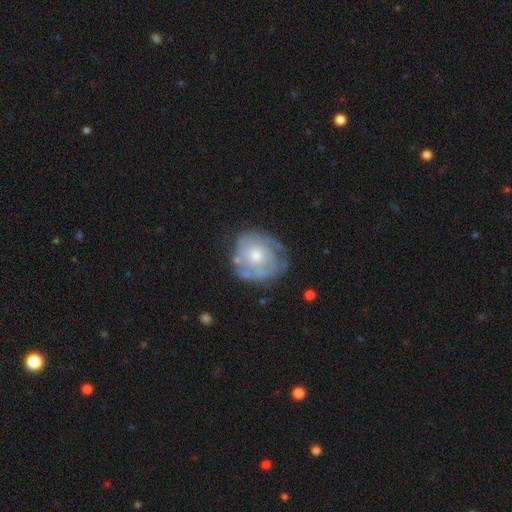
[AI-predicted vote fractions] smooth-or-featured: featured or disk: 76% | smooth: 18% | star or artifact: 6%
  disk-edge-on: no: 98% | yes: 2%
    bar: no: 80% | weak: 17% | strong: 3%
    has-spiral-arms: yes: 84% | no: 16%
      spiral-winding: tight: 65% | medium: 26% | loose: 8%
      spiral-arm-count: can't tell: 40% | 2: 26% | 3: 18% | 4: 6% | 1: 6% | more than 4: 4%
    bulge-size: moderate: 50% | small: 45% | large: 3% | none: 2% | dominant: 1%
  merging: none: 70% | minor disturbance: 20% | major disturbance: 8% | merger: 2%